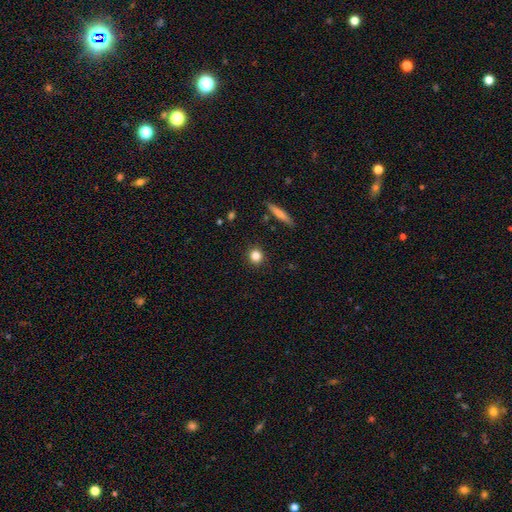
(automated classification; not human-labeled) smooth_or_featured: smooth (p=0.83) [alt: star or artifact p=0.10]
how_rounded: round (p=0.89) [alt: in between p=0.09]
merging: none (p=0.91) [alt: minor disturbance p=0.06]